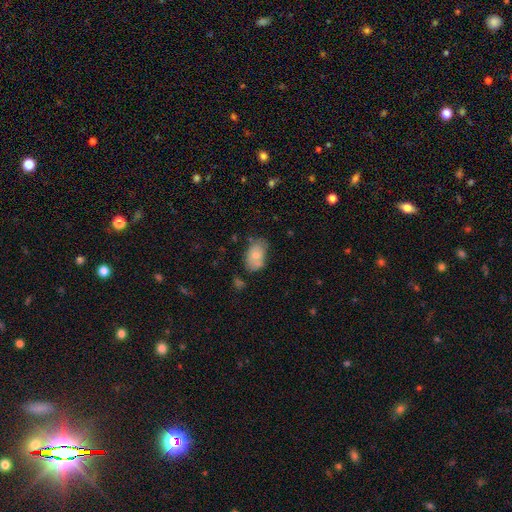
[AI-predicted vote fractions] Q: Smooth or featured?
A: smooth (68%); runner-up: featured or disk (25%)
Q: How rounded?
A: in between (88%); runner-up: round (11%)
Q: Merging?
A: none (58%); runner-up: minor disturbance (26%)